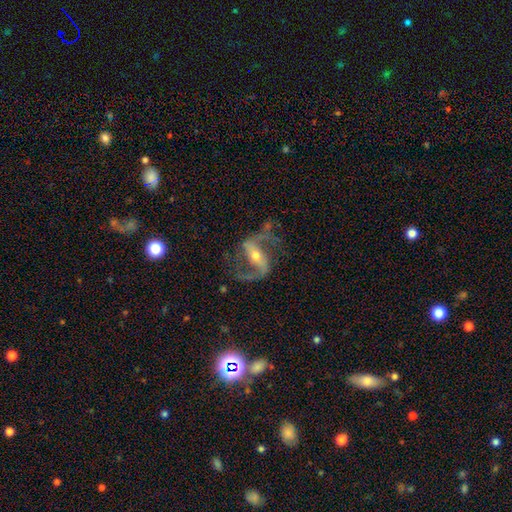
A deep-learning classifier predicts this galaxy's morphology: smooth-or-featured: featured or disk: 90% | star or artifact: 6% | smooth: 4%
  disk-edge-on: no: 95% | yes: 5%
    bar: strong: 58% | weak: 27% | no: 15%
    has-spiral-arms: yes: 96% | no: 4%
      spiral-winding: loose: 55% | medium: 38% | tight: 7%
      spiral-arm-count: 2: 93% | 1: 2% | can't tell: 2% | 3: 1% | 4: 1% | more than 4: 1%
    bulge-size: moderate: 49% | small: 46% | large: 3% | none: 1% | dominant: 1%
  merging: none: 70% | minor disturbance: 14% | major disturbance: 13% | merger: 2%